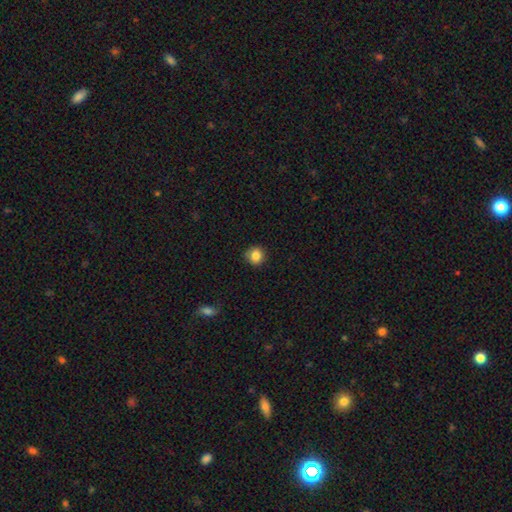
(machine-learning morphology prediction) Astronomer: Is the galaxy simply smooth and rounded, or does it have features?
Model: smooth — 84%.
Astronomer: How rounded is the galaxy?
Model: round — 88%.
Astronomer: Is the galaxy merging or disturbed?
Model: none — 83%.